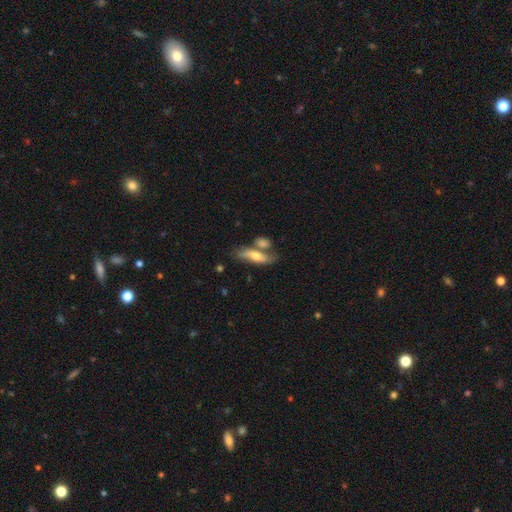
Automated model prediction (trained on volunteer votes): Smooth or featured: smooth — 52% (featured or disk — 41%)
How rounded: in between — 53% (cigar-shaped — 43%)
Merging: none — 47% (merger — 30%)